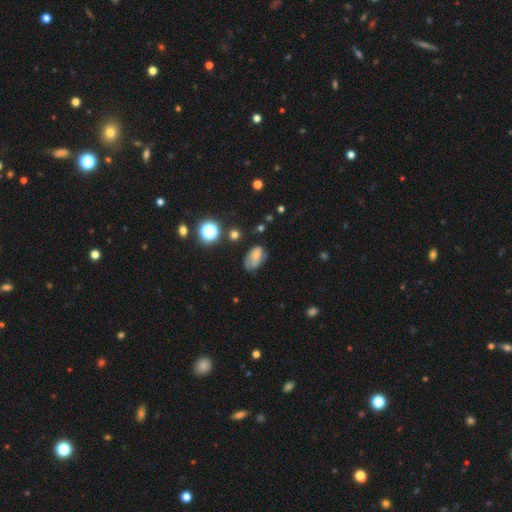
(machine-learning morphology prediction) This appears to be a smooth galaxy with no disk features (60%) that is in between round and cigar-shaped (87%). Merging: none (43%).